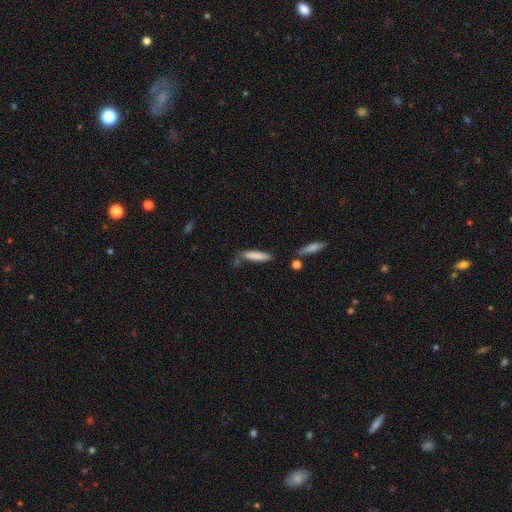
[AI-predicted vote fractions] A smooth galaxy with no disk features (81%) that is cigar-shaped (80%).

Vote fractions:
- Smooth or featured? smooth: 81% / featured or disk: 12% / star or artifact: 7%
- How rounded? cigar-shaped: 80% / in between: 18% / round: 1%
- Merging? none: 65% / minor disturbance: 21% / merger: 8% / major disturbance: 6%